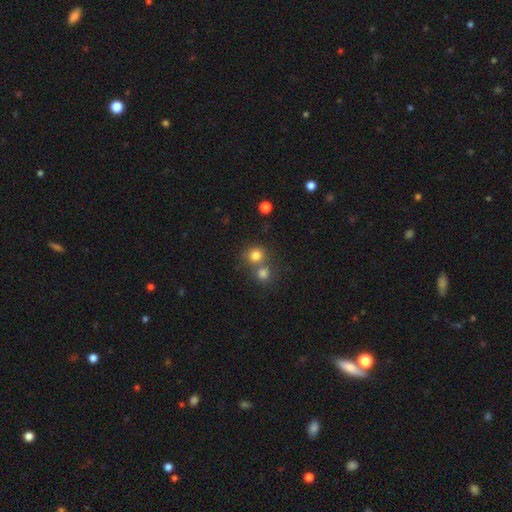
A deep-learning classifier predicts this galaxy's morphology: A smooth galaxy with no disk features (79%) that is round (87%). Merging: none (51%).